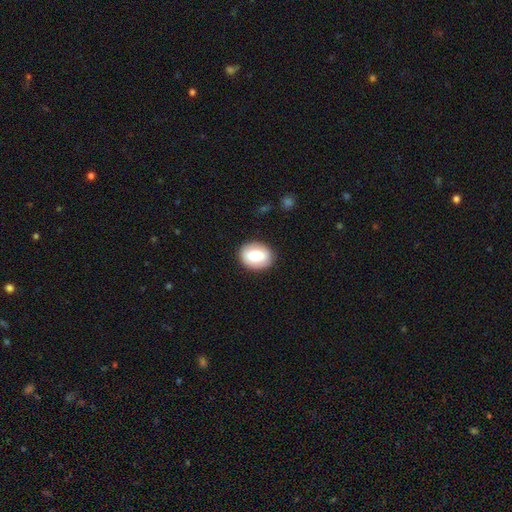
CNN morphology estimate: The model was most divided on "how rounded": in between: 60%, round: 39%, cigar-shaped: 1%. More confident: merging — none (87%); smooth or featured — smooth (78%).